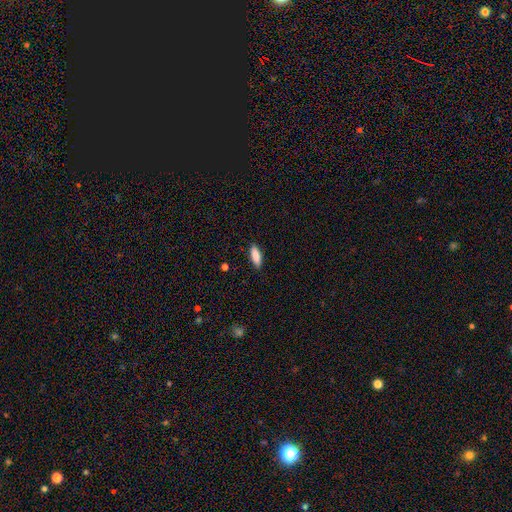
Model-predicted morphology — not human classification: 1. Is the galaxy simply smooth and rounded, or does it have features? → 84% smooth, 10% featured or disk, 6% star or artifact.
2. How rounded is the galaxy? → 59% in between, 39% cigar-shaped, 2% round.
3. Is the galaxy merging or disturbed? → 88% none, 9% minor disturbance, 2% major disturbance, 1% merger.